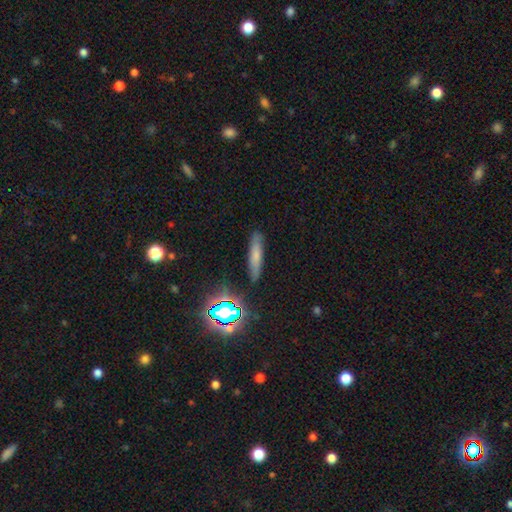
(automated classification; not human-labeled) Smooth or featured? Predicted: smooth (p=0.64). How rounded? Predicted: cigar-shaped (p=0.81). Merging? Predicted: none (p=0.84).